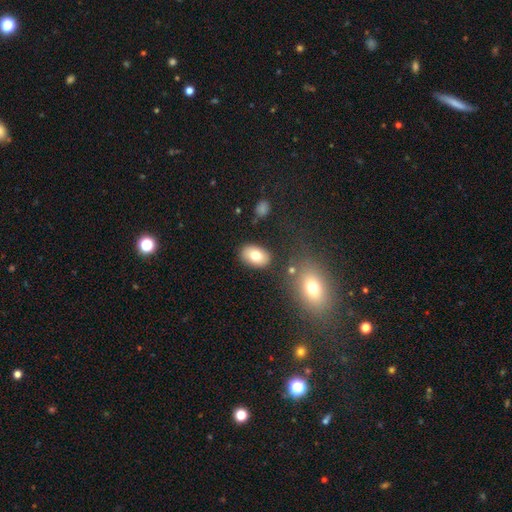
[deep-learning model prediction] This is likely a smooth galaxy (78%). How rounded: clearly in between (86%). Merging: clearly none (83%).